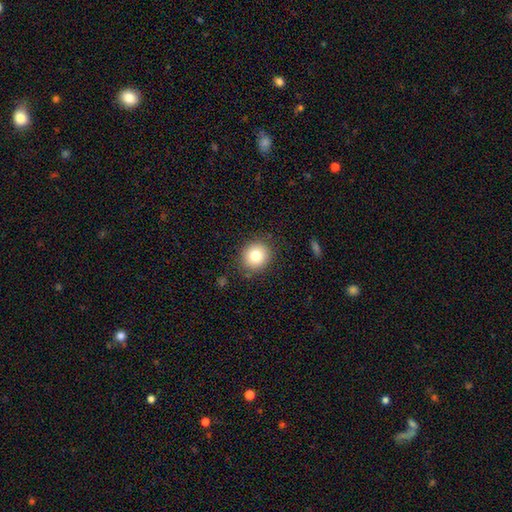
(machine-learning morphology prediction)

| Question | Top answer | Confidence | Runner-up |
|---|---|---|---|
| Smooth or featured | smooth | 80% | star or artifact (11%) |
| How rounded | round | 88% | in between (11%) |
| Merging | none | 87% | minor disturbance (9%) |